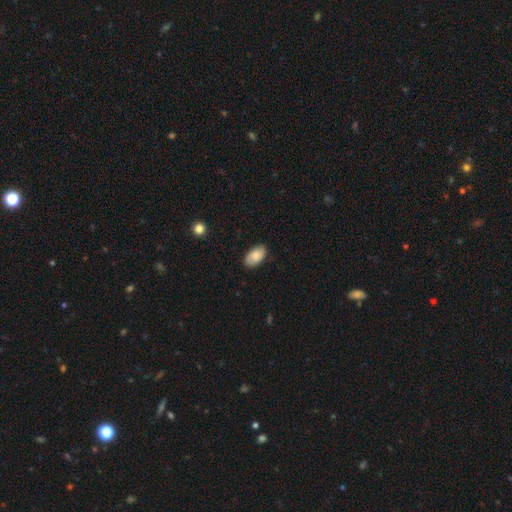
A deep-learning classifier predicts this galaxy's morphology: smooth 81%, featured or disk 12%, star or artifact 7%. Down the decision tree: how rounded — in between (94%); merging — none (82%).